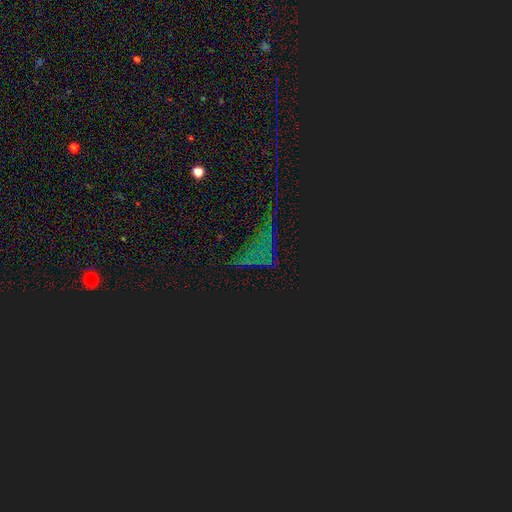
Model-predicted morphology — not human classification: Smooth or featured? Predicted: star or artifact (p=0.74).